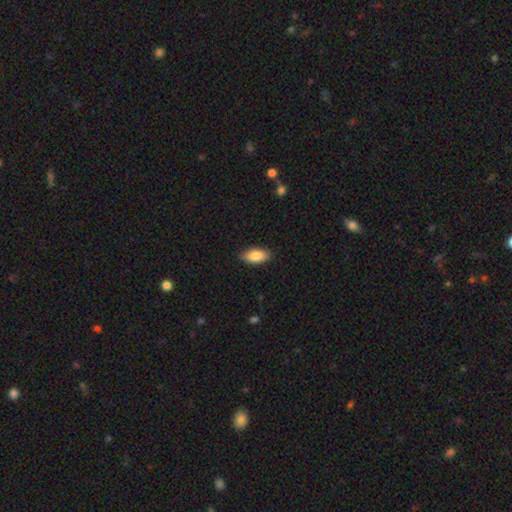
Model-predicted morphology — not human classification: Smooth or featured: smooth — 87% (featured or disk — 7%)
How rounded: in between — 90% (cigar-shaped — 7%)
Merging: none — 88% (minor disturbance — 9%)